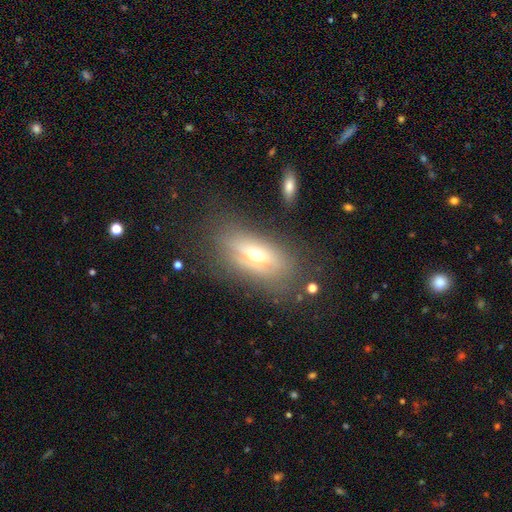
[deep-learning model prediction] A featured or disk galaxy (50%) viewed edge-on (53%).

Vote fractions:
- Smooth or featured? featured or disk: 50% / smooth: 39% / star or artifact: 10%
- Edge-on disk? yes: 53% / no: 47%
- Merging? none: 66% / minor disturbance: 20% / major disturbance: 11% / merger: 3%